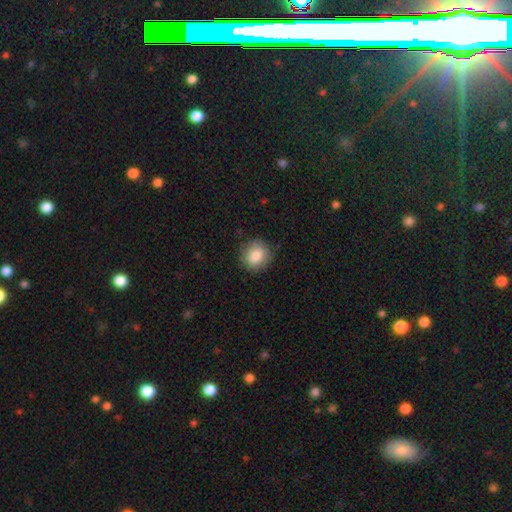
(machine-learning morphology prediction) The model was most divided on "how rounded": round: 81%, in between: 18%, cigar-shaped: 1%. More confident: smooth or featured — smooth (85%); merging — none (83%).